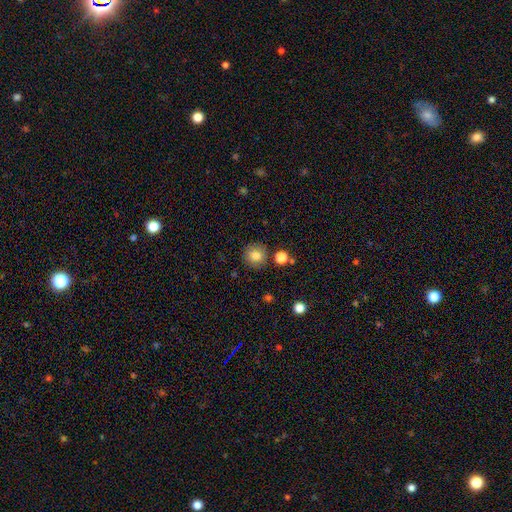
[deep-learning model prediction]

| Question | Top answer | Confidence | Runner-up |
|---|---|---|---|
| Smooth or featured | smooth | 83% | star or artifact (10%) |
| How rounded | round | 91% | in between (8%) |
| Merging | none | 86% | minor disturbance (8%) |